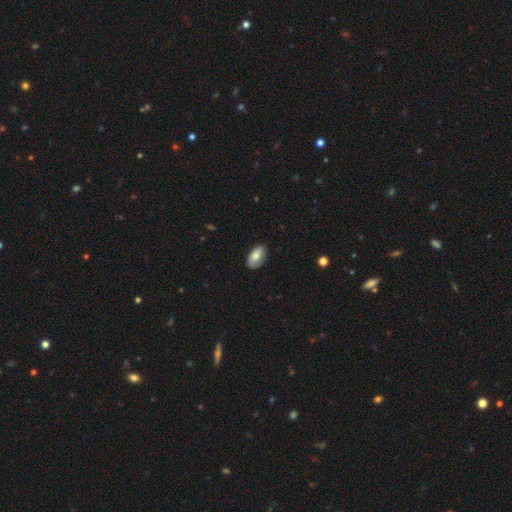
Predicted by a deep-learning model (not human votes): Smooth or featured: smooth — 72% (featured or disk — 21%)
How rounded: in between — 93% (round — 5%)
Merging: none — 76% (minor disturbance — 19%)